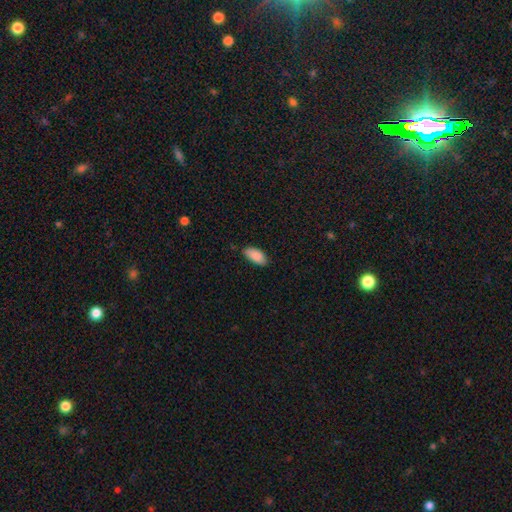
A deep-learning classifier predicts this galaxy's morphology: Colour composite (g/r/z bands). It shows a smooth galaxy with no disk features (89%) that is in between round and cigar-shaped (92%). Merging: none (80%).